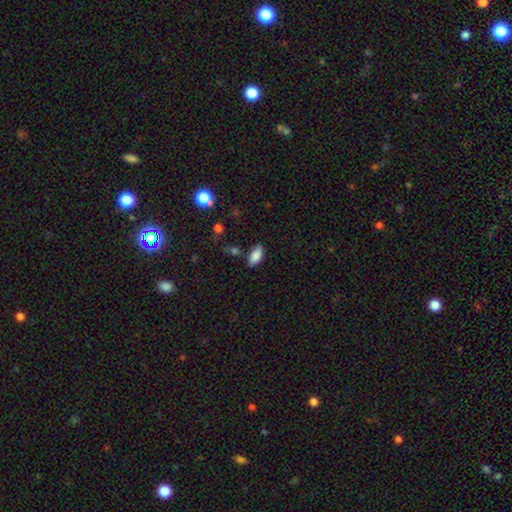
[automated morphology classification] A smooth galaxy with no disk features (85%) that is in between round and cigar-shaped (92%).

Vote fractions:
- Smooth or featured? smooth: 85% / star or artifact: 8% / featured or disk: 7%
- How rounded? in between: 92% / cigar-shaped: 6% / round: 3%
- Merging? none: 77% / minor disturbance: 16% / merger: 4% / major disturbance: 3%